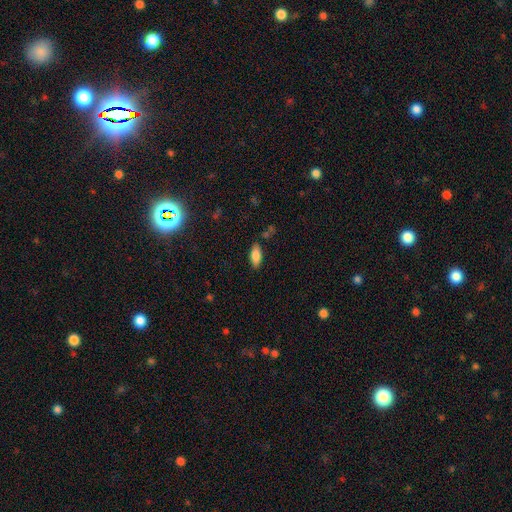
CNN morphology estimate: Q: Smooth or featured?
A: smooth (84%); runner-up: featured or disk (8%)
Q: How rounded?
A: in between (83%); runner-up: cigar-shaped (15%)
Q: Merging?
A: none (83%); runner-up: minor disturbance (12%)